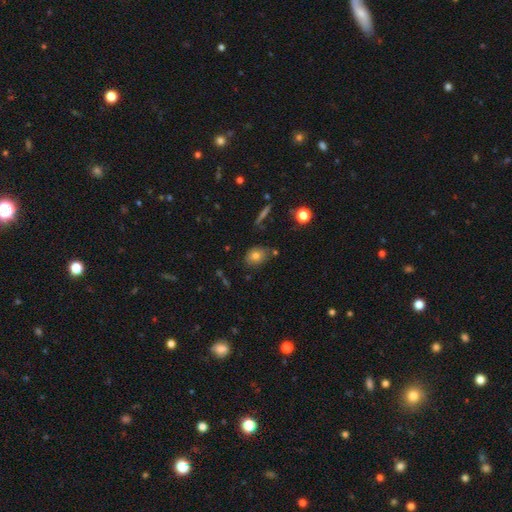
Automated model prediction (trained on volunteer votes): smooth 75%, featured or disk 14%, star or artifact 11%. Down the decision tree: how rounded — in between (58%); merging — none (76%).